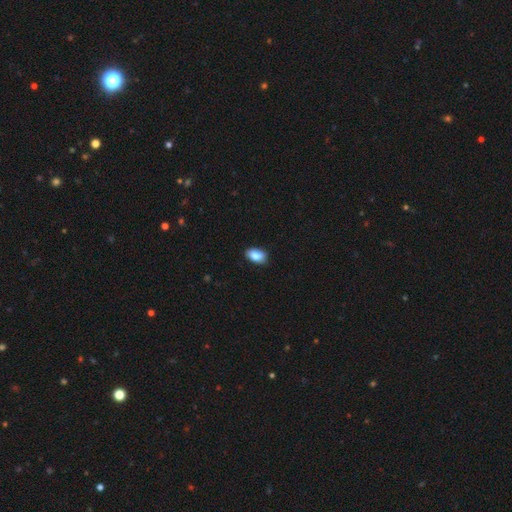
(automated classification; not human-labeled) Smooth or featured?
  - smooth: 86% *
  - star or artifact: 8%
  - featured or disk: 7%
How rounded?
  - in between: 91% *
  - round: 7%
  - cigar-shaped: 2%
Merging?
  - none: 78% *
  - minor disturbance: 17%
  - major disturbance: 3%
  - merger: 2%